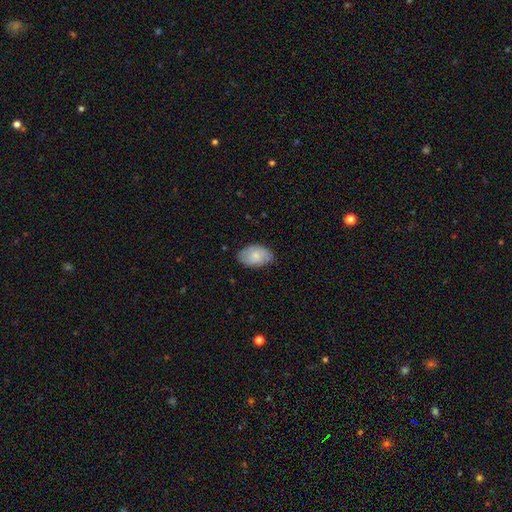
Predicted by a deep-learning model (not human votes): smooth-or-featured: smooth: 69% | featured or disk: 25% | star or artifact: 6%
  how-rounded: in between: 91% | round: 8% | cigar-shaped: 1%
  merging: none: 75% | minor disturbance: 20% | major disturbance: 3% | merger: 1%